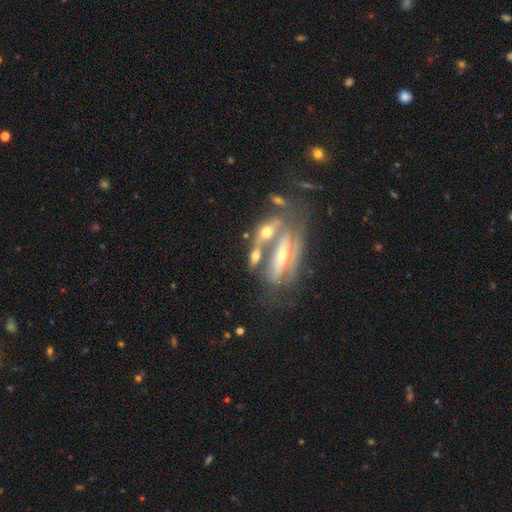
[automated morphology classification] type=featured or disk (49%); merging=merger (51%).